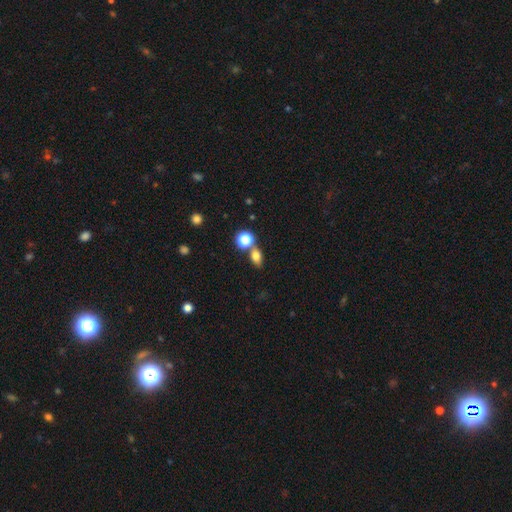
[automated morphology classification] A smooth galaxy with no disk features (75%) that is in between round and cigar-shaped (67%).

Vote fractions:
- Smooth or featured? smooth: 75% / star or artifact: 15% / featured or disk: 10%
- How rounded? in between: 67% / round: 30% / cigar-shaped: 3%
- Merging? none: 61% / merger: 25% / minor disturbance: 11% / major disturbance: 4%